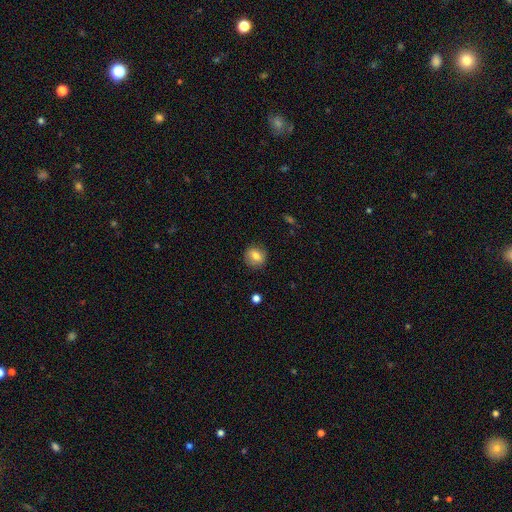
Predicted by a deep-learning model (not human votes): Smooth or featured? smooth (78%)
How rounded? round (82%)
Merging? none (87%)